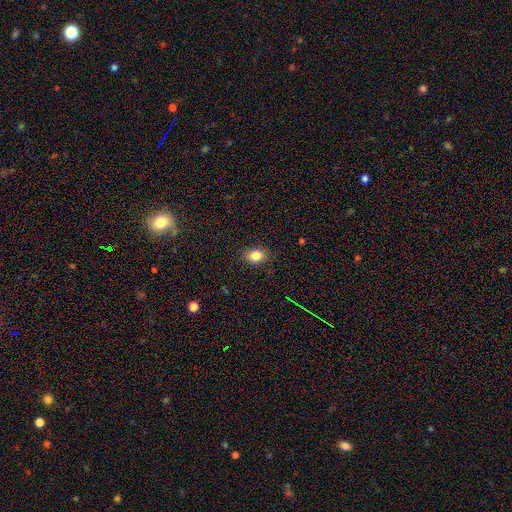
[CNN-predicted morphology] smooth_or_featured: smooth (p=0.83) [alt: star or artifact p=0.10]
how_rounded: in between (p=0.63) [alt: round p=0.36]
merging: none (p=0.86) [alt: minor disturbance p=0.10]